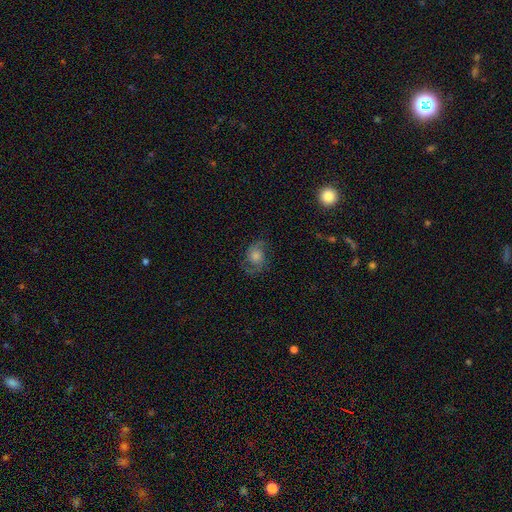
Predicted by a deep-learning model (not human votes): A featured or disk galaxy (60%) with no bar (73%), 2 (82%) medium (49%) spiral arms (90%) and a moderate central bulge (44%).

Vote fractions:
- Smooth or featured? featured or disk: 60% / smooth: 27% / star or artifact: 13%
- Edge-on disk? no: 96% / yes: 4%
- Bar? no: 73% / weak: 23% / strong: 4%
- Spiral arms? yes: 90% / no: 10%
- Spiral winding? medium: 49% / loose: 30% / tight: 21%
- Spiral arm count? 2: 82% / can't tell: 8% / 1: 4% / 3: 3% / 4: 1% / more than 4: 1%
- Bulge size? moderate: 44% / large: 24% / small: 22% / none: 7% / dominant: 4%
- Merging? none: 71% / minor disturbance: 17% / major disturbance: 11% / merger: 1%